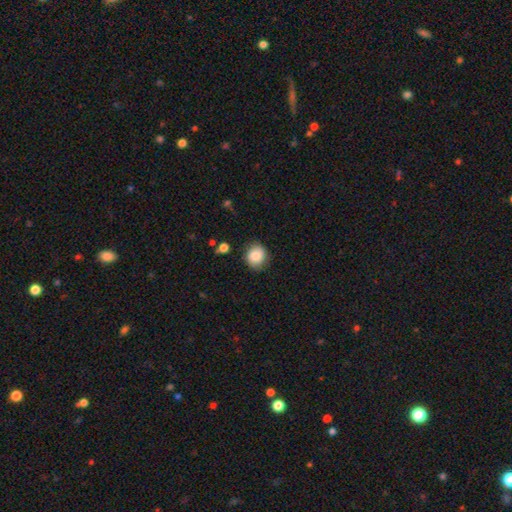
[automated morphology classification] Q: Smooth or featured?
A: smooth (83%); runner-up: featured or disk (9%)
Q: How rounded?
A: round (80%); runner-up: in between (20%)
Q: Merging?
A: none (81%); runner-up: minor disturbance (14%)